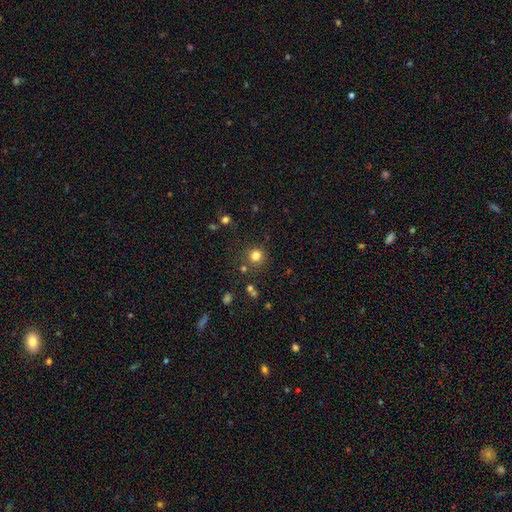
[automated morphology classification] smooth-or-featured: smooth: 78% | star or artifact: 16% | featured or disk: 6%
  how-rounded: round: 93% | in between: 6% | cigar-shaped: 1%
  merging: none: 82% | minor disturbance: 8% | merger: 6% | major disturbance: 4%